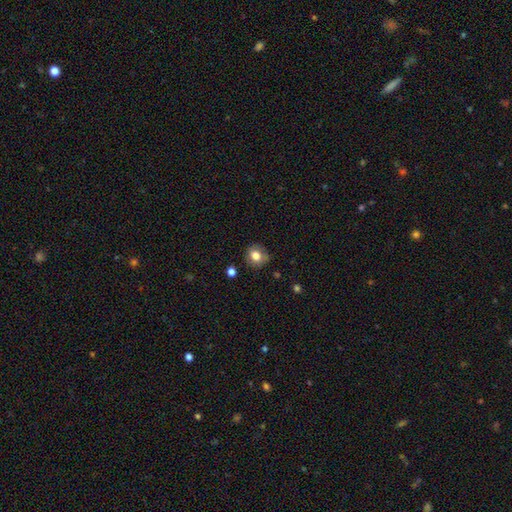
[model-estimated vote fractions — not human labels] smooth-or-featured: smooth: 79% | featured or disk: 11% | star or artifact: 10%
  how-rounded: round: 81% | in between: 18% | cigar-shaped: 1%
  merging: none: 80% | minor disturbance: 15% | major disturbance: 3% | merger: 2%